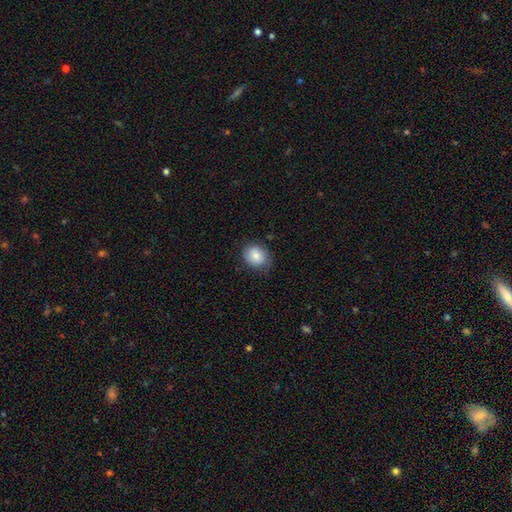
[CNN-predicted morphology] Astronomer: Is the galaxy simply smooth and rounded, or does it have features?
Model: smooth — 83%.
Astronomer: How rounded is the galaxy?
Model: round — 64%.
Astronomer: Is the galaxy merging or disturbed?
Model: none — 74%.